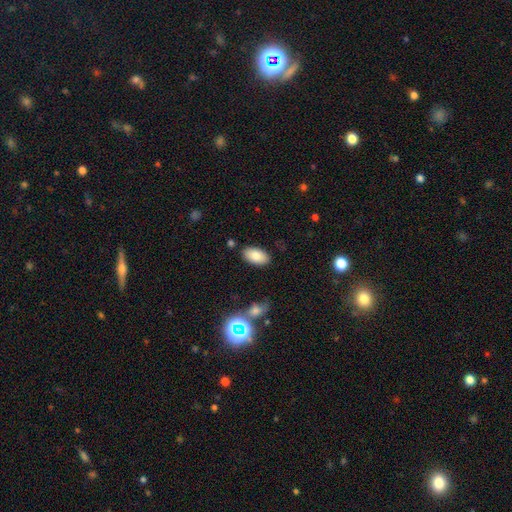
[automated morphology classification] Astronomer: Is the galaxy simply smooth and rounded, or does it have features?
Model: smooth — 80%.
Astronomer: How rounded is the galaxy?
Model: in between — 95%.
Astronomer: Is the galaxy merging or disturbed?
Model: none — 85%.